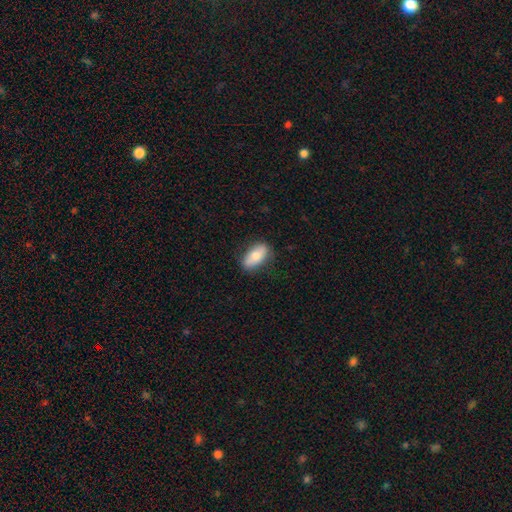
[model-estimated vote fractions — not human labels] Smooth or featured? smooth (75%)
How rounded? in between (89%)
Merging? none (82%)